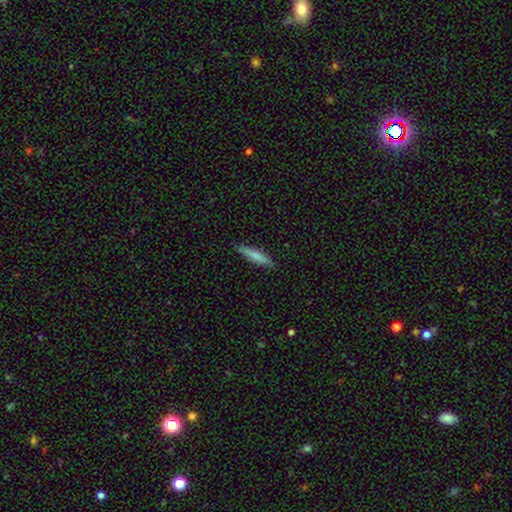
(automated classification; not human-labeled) This is likely a smooth galaxy (75%). How rounded: clearly cigar-shaped (88%). Merging: clearly none (89%).